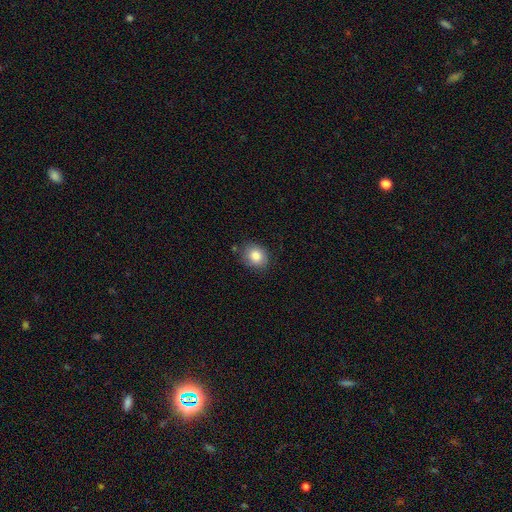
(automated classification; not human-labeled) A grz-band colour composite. It shows a smooth galaxy with no disk features (84%) that is round (59%). Merging: none (81%).